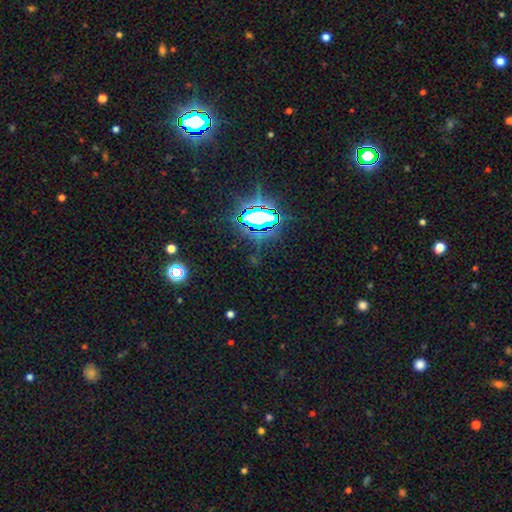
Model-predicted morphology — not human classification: The model was most divided on "smooth or featured": star or artifact: 82%, smooth: 11%, featured or disk: 7%.